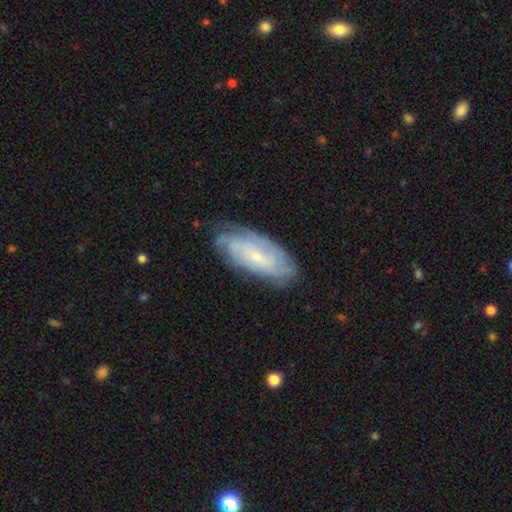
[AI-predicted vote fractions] This appears to be a featured or disk galaxy (73%) with no bar (63%), tight (64%) spiral arms (91%) and a small central bulge (79%). Merging: none (76%).